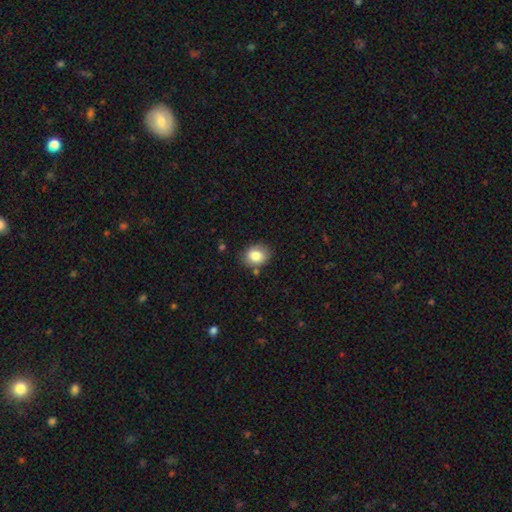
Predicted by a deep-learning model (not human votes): A smooth galaxy with no disk features (81%) that is in between round and cigar-shaped (50%). Merging: none (79%).